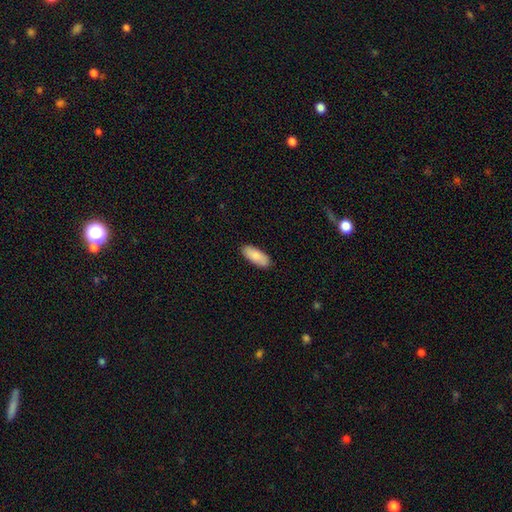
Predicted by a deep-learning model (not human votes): Smooth or featured? smooth (84%)
How rounded? in between (81%)
Merging? none (88%)